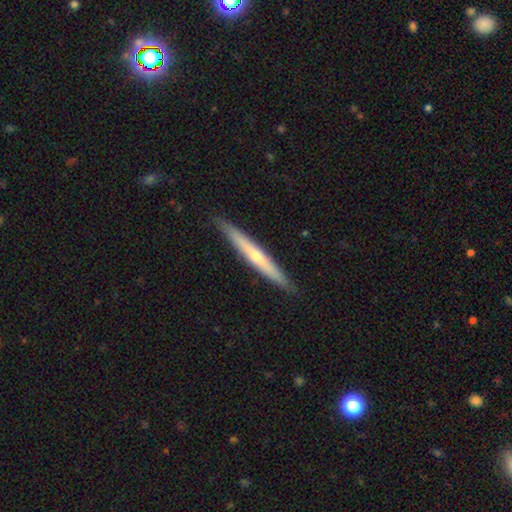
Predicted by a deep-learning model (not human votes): A featured or disk galaxy (65%) viewed edge-on (96%) with a rounded central bulge (72%).

Vote fractions:
- Smooth or featured? featured or disk: 65% / smooth: 29% / star or artifact: 6%
- Edge-on disk? yes: 96% / no: 4%
- Edge-on bulge? rounded: 72% / none: 25% / boxy: 3%
- Merging? none: 91% / minor disturbance: 7% / major disturbance: 1% / merger: 1%